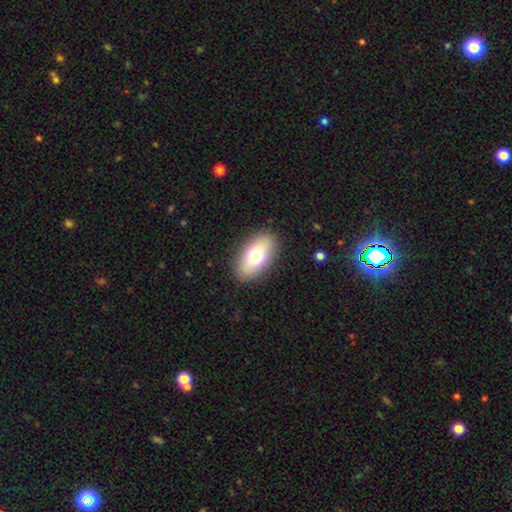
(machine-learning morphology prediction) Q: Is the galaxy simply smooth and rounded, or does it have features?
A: smooth — 73%.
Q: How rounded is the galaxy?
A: in between — 91%.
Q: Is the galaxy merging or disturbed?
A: none — 88%.